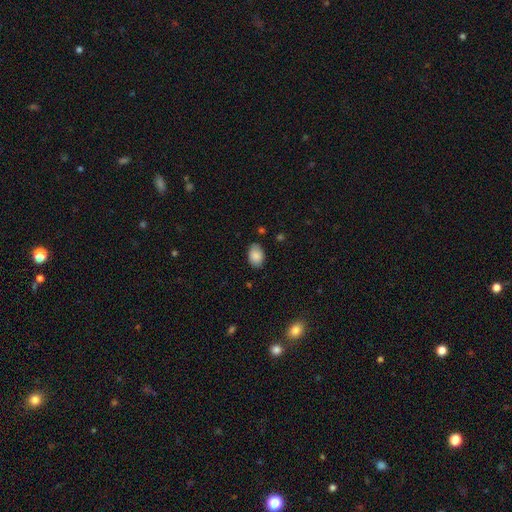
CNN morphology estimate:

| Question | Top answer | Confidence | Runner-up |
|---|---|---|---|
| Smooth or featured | smooth | 87% | star or artifact (7%) |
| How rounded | in between | 84% | round (15%) |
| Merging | none | 81% | minor disturbance (15%) |